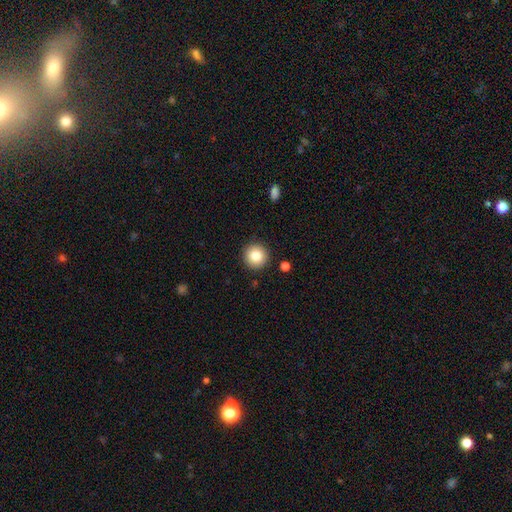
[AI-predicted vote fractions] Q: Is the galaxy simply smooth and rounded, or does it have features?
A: smooth — 83%.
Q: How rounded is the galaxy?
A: round — 95%.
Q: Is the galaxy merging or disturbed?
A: none — 91%.